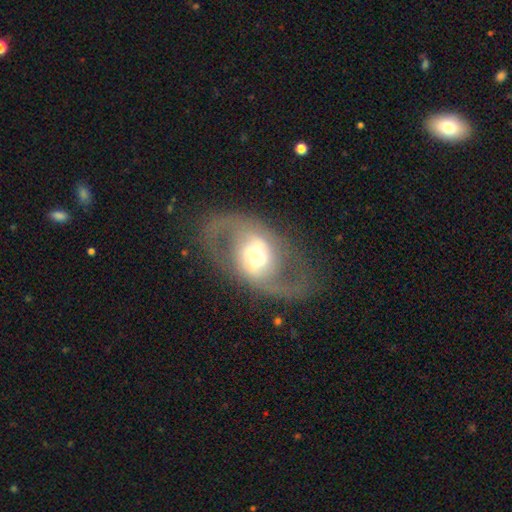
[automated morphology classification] smooth-or-featured: featured or disk: 81% | smooth: 13% | star or artifact: 6%
  disk-edge-on: no: 95% | yes: 5%
    bar: weak: 41% | strong: 33% | no: 25%
    has-spiral-arms: yes: 83% | no: 17%
      spiral-winding: medium: 47% | loose: 38% | tight: 15%
      spiral-arm-count: 2: 90% | can't tell: 5% | 1: 2% | 3: 1% | 4: 1% | more than 4: 1%
    bulge-size: moderate: 60% | large: 25% | small: 11% | dominant: 3% | none: 1%
  merging: none: 74% | minor disturbance: 13% | major disturbance: 11% | merger: 1%